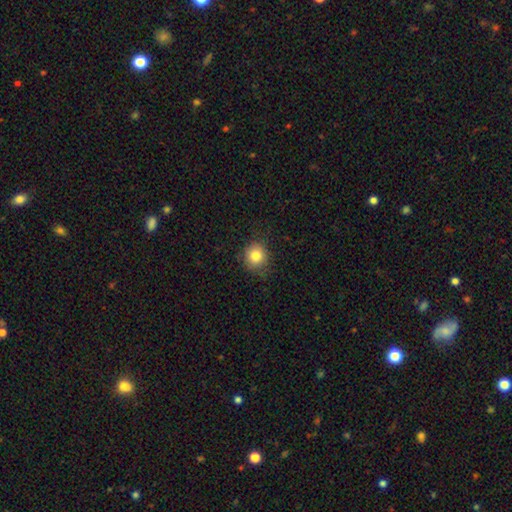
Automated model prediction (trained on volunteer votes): A smooth galaxy with no disk features (82%) that is round (86%). Merging: none (81%).